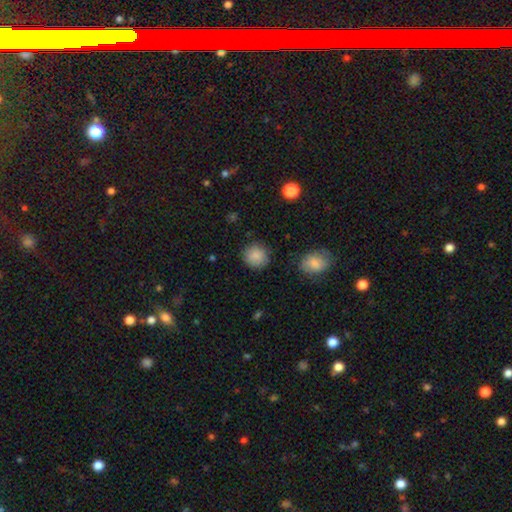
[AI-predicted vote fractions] Overall: smooth (88%). How rounded: round (89%). Merging: none (87%).